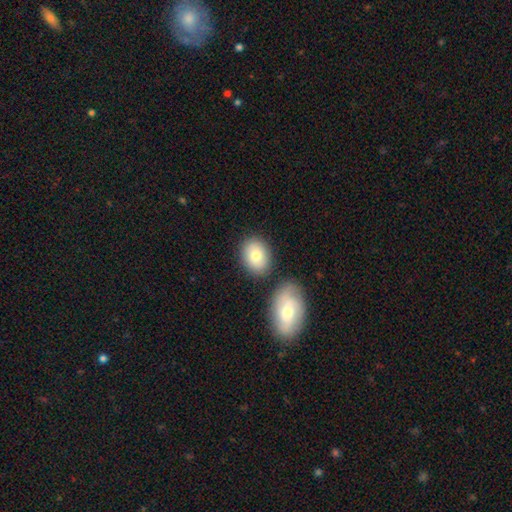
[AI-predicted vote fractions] smooth_or_featured: smooth (p=0.79) [alt: featured or disk p=0.14]
how_rounded: in between (p=0.64) [alt: round p=0.34]
merging: none (p=0.75) [alt: minor disturbance p=0.11]